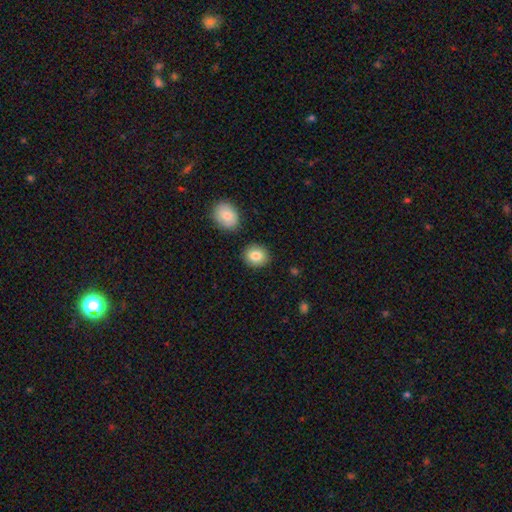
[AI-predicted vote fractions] A smooth galaxy with no disk features (84%) that is round (72%). Merging: none (87%).